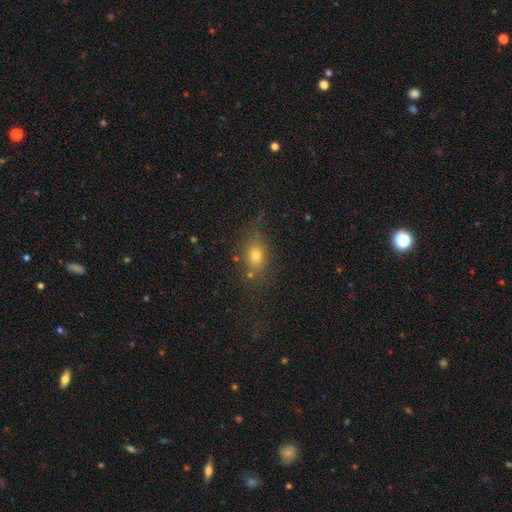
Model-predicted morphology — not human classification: A smooth galaxy with no disk features (70%) that is in between round and cigar-shaped (59%). Merging: none (72%).